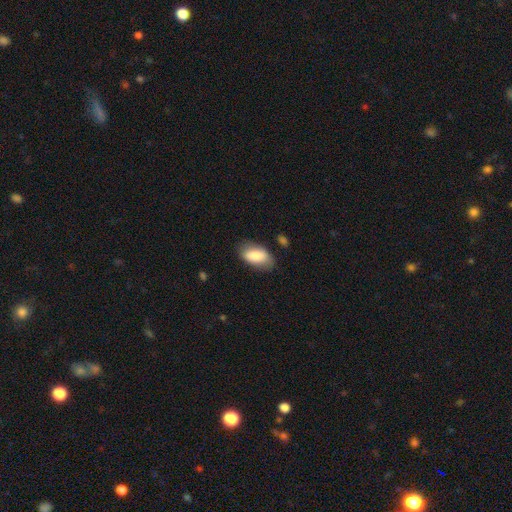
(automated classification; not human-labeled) Smooth or featured: smooth — 82% (featured or disk — 12%)
How rounded: in between — 93% (round — 4%)
Merging: none — 72% (minor disturbance — 20%)